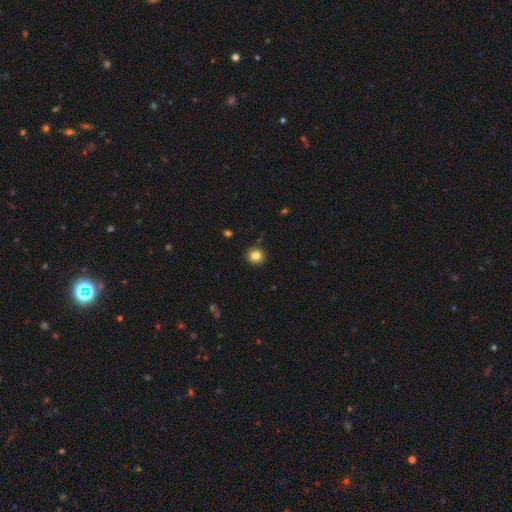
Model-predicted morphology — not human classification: Overall: smooth (83%). How rounded: round (92%). Merging: none (91%).